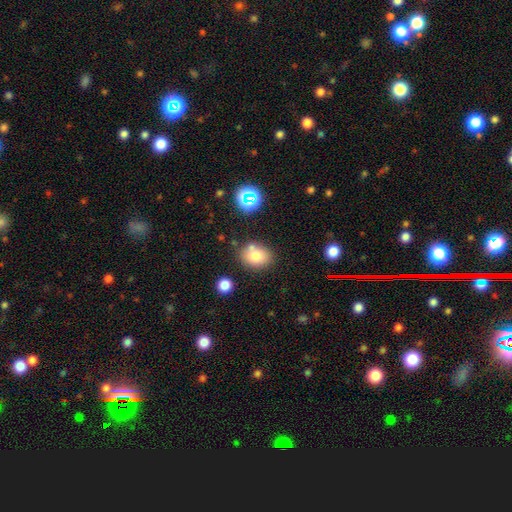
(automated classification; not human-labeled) This is likely a smooth galaxy (75%). How rounded: possibly in between (52%). Merging: likely none (72%).